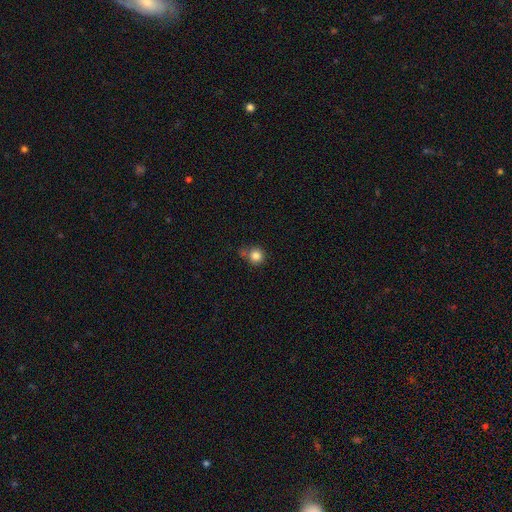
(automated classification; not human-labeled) Overall: smooth (84%). How rounded: round (93%). Merging: none (64%).